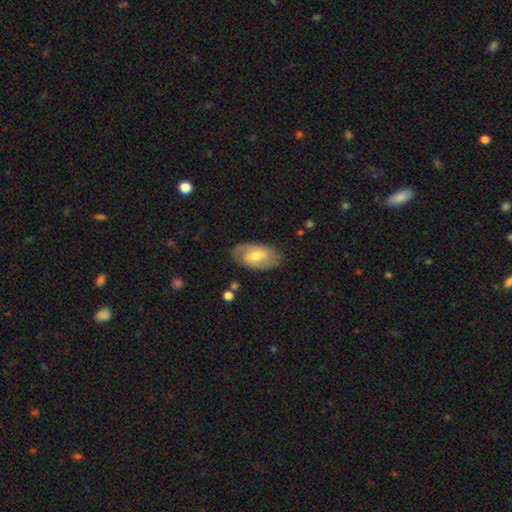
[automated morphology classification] The model was most divided on "bar": weak: 54%, no: 25%, strong: 21%. More confident: edge-on disk — no (94%); spiral arms — yes (80%); merging — none (77%); smooth or featured — featured or disk (63%); bulge size — moderate (62%).